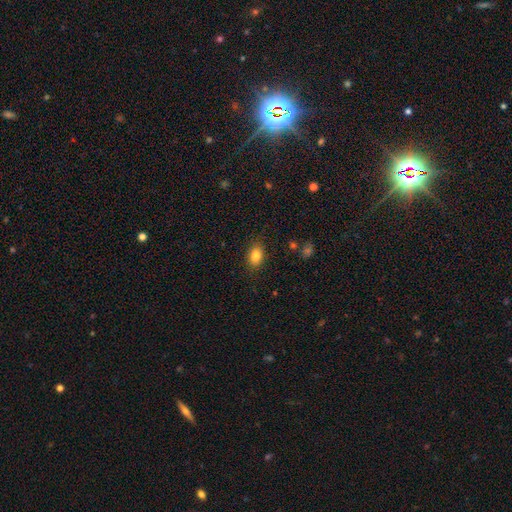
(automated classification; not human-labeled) The model was most divided on "how rounded": in between: 80%, round: 18%, cigar-shaped: 2%. More confident: merging — none (86%); smooth or featured — smooth (83%).